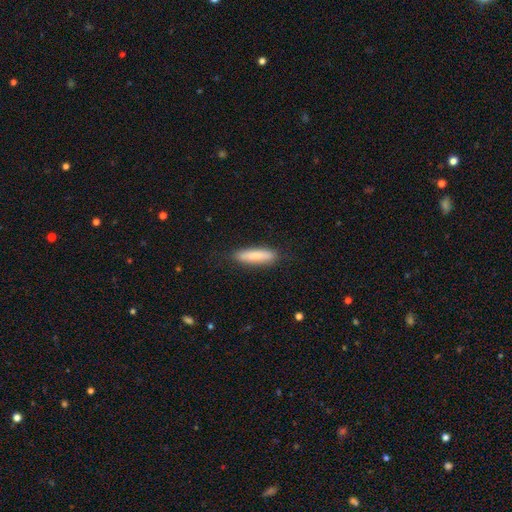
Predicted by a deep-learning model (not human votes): A smooth galaxy with no disk features (78%) that is cigar-shaped (73%).

Vote fractions:
- Smooth or featured? smooth: 78% / featured or disk: 17% / star or artifact: 6%
- How rounded? cigar-shaped: 73% / in between: 25% / round: 2%
- Merging? none: 85% / minor disturbance: 11% / major disturbance: 2% / merger: 1%